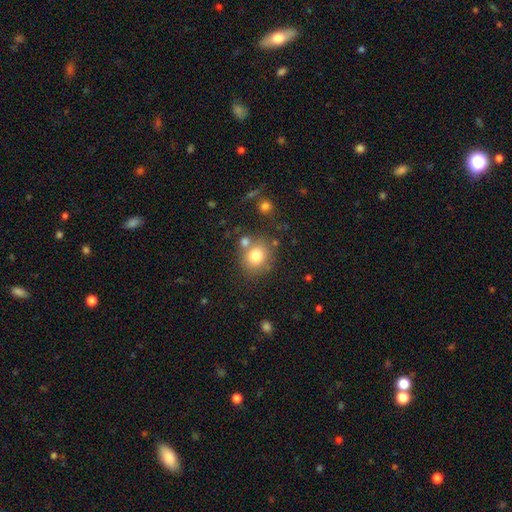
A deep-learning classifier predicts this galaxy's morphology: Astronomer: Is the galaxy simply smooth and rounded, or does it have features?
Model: smooth — 79%.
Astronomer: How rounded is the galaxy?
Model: round — 76%.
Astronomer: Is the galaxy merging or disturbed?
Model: none — 68%.